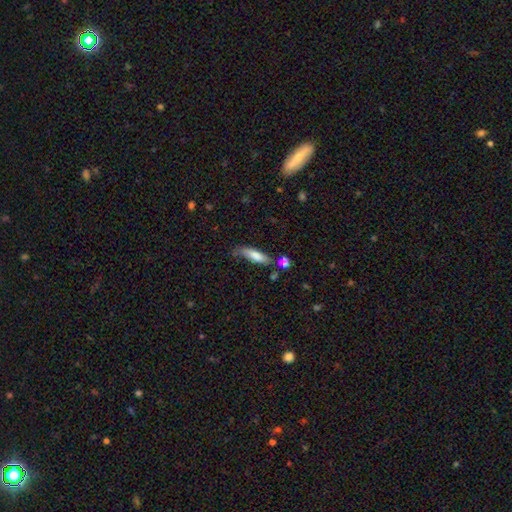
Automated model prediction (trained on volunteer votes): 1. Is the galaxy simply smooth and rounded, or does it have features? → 76% smooth, 17% featured or disk, 7% star or artifact.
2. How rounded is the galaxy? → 56% cigar-shaped, 42% in between, 2% round.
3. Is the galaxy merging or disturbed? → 53% none, 28% minor disturbance, 9% major disturbance, 9% merger.